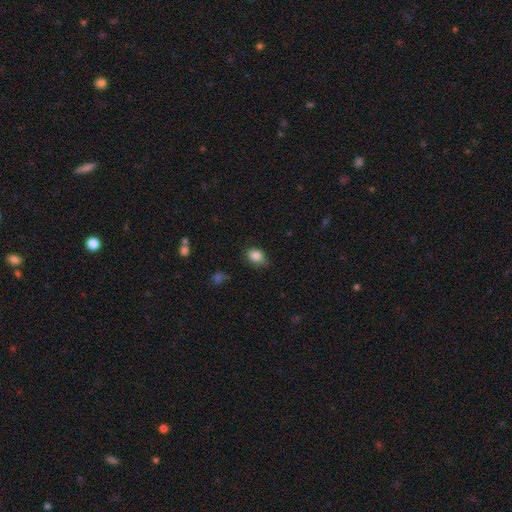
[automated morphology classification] type=smooth (85%); roundness=in between (67%); merging=none (68%).